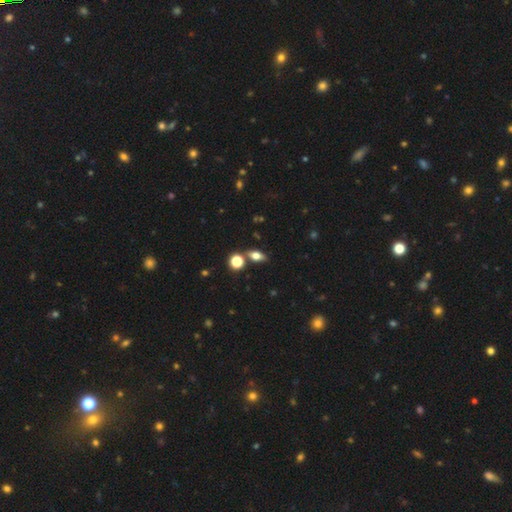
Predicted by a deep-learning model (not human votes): A smooth galaxy with no disk features (66%) that is in between round and cigar-shaped (71%). Merging: none (74%).